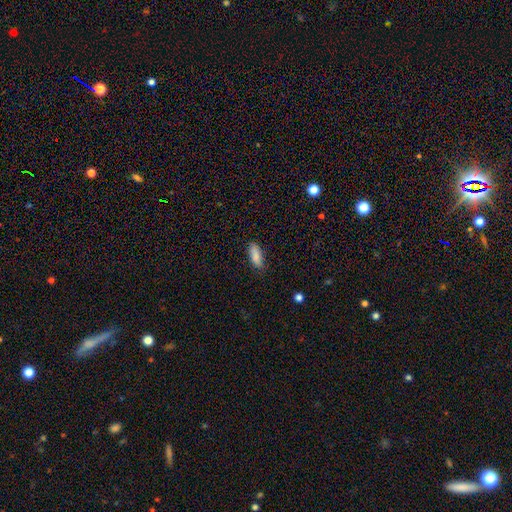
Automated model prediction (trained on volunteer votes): Morphology: type=smooth (86%); roundness=in between (67%); merging=none (78%).